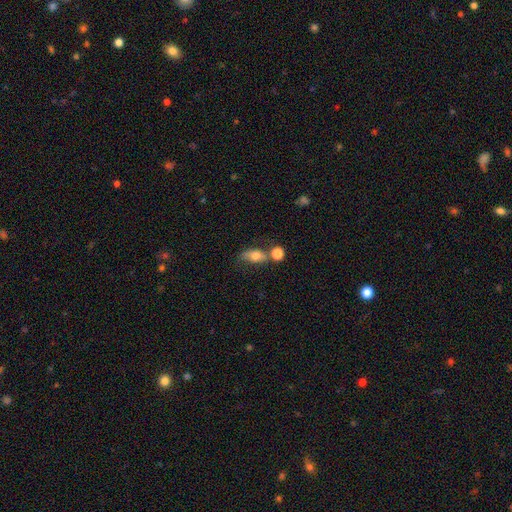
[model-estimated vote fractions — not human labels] smooth_or_featured: smooth (p=0.72) [alt: featured or disk p=0.18]
how_rounded: in between (p=0.75) [alt: round p=0.15]
merging: none (p=0.46) [alt: merger p=0.25]